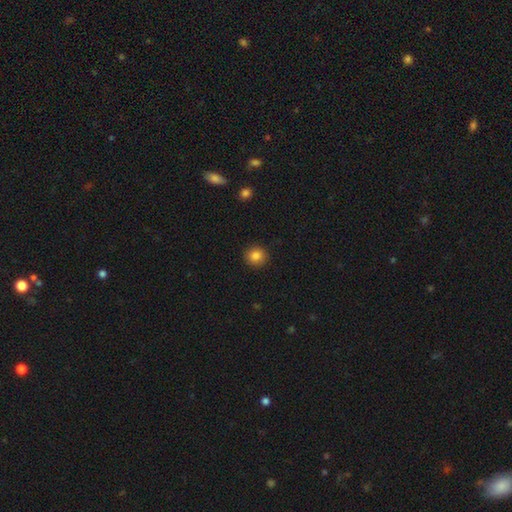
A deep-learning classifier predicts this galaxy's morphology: Smooth or featured? Predicted: smooth (p=0.84). How rounded? Predicted: round (p=0.90). Merging? Predicted: none (p=0.91).